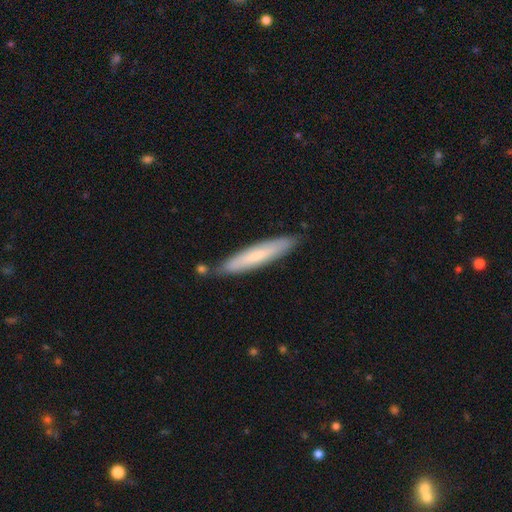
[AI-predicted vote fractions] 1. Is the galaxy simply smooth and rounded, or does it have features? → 65% smooth, 30% featured or disk, 5% star or artifact.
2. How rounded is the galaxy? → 90% cigar-shaped, 8% in between, 1% round.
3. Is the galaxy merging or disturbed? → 81% none, 13% minor disturbance, 4% merger, 2% major disturbance.